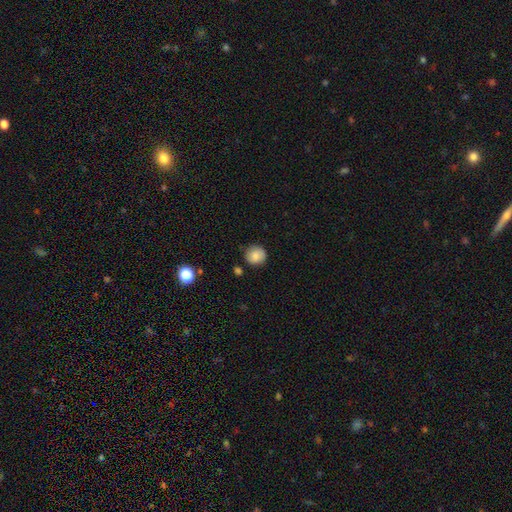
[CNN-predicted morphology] Smooth or featured?
  - smooth: 84% *
  - star or artifact: 9%
  - featured or disk: 8%
How rounded?
  - round: 90% *
  - in between: 9%
  - cigar-shaped: 1%
Merging?
  - none: 83% *
  - minor disturbance: 11%
  - merger: 3%
  - major disturbance: 3%